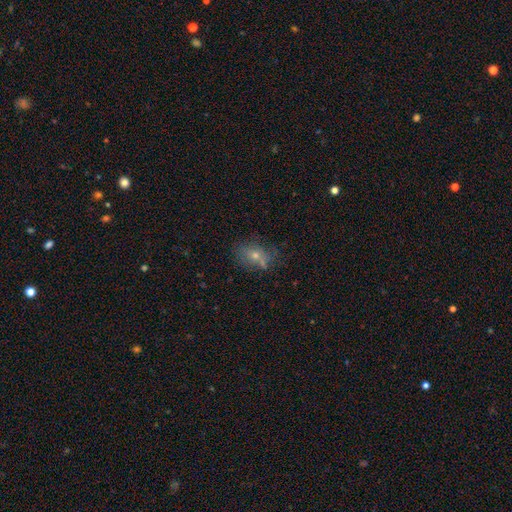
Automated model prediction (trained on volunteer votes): smooth-or-featured: smooth: 55% | featured or disk: 24% | star or artifact: 21%
  how-rounded: in between: 65% | round: 31% | cigar-shaped: 3%
  merging: none: 64% | minor disturbance: 19% | merger: 10% | major disturbance: 7%